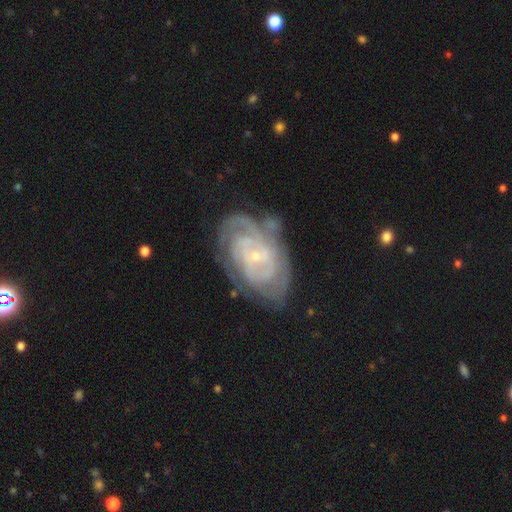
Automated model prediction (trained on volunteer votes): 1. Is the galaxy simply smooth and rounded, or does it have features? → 85% featured or disk, 9% smooth, 6% star or artifact.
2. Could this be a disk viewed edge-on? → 96% no, 4% yes.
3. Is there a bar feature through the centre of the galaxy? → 60% no, 31% weak, 10% strong.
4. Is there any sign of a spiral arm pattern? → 93% yes, 7% no.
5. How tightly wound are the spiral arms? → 70% tight, 24% medium, 6% loose.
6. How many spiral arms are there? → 39% can't tell, 22% 2, 17% 3, 12% 4, 6% more than 4, 5% 1.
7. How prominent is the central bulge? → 83% small, 13% moderate, 2% none, 1% large, 1% dominant.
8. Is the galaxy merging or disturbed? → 62% none, 22% minor disturbance, 11% major disturbance, 6% merger.